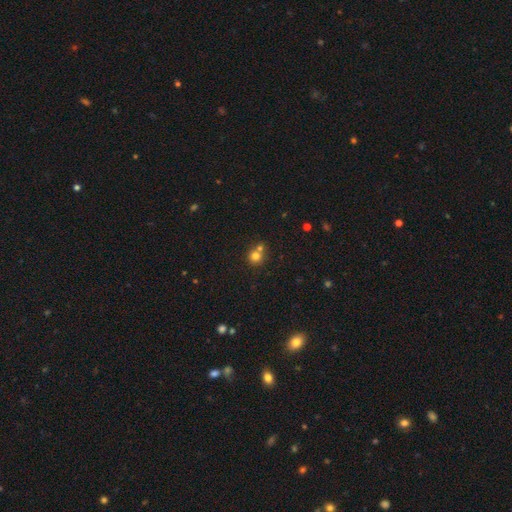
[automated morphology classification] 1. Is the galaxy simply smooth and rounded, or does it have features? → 76% smooth, 14% star or artifact, 10% featured or disk.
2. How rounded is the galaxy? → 89% round, 10% in between, 1% cigar-shaped.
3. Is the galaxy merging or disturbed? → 52% none, 38% merger, 7% minor disturbance, 3% major disturbance.